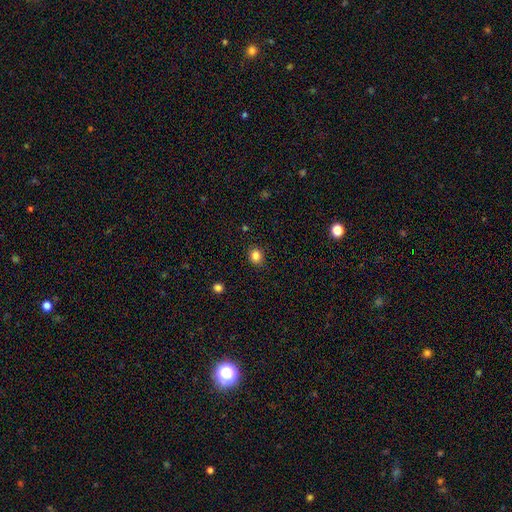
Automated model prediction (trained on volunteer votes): The model was most divided on "how rounded": round: 76%, in between: 24%, cigar-shaped: 1%. More confident: merging — none (89%); smooth or featured — smooth (84%).